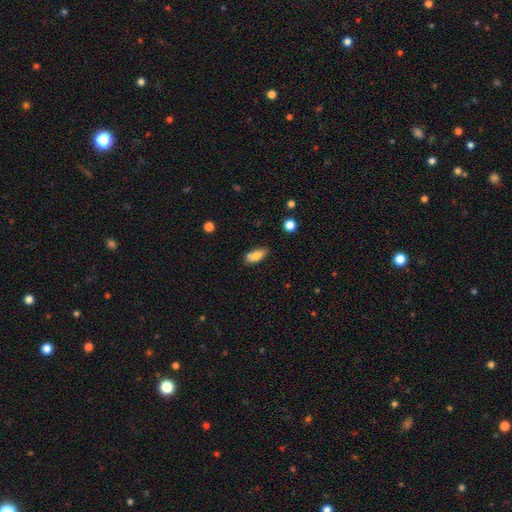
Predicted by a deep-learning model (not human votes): A smooth galaxy with no disk features (77%) that is in between round and cigar-shaped (79%).

Vote fractions:
- Smooth or featured? smooth: 77% / featured or disk: 16% / star or artifact: 8%
- How rounded? in between: 79% / cigar-shaped: 18% / round: 3%
- Merging? none: 69% / minor disturbance: 18% / merger: 10% / major disturbance: 4%